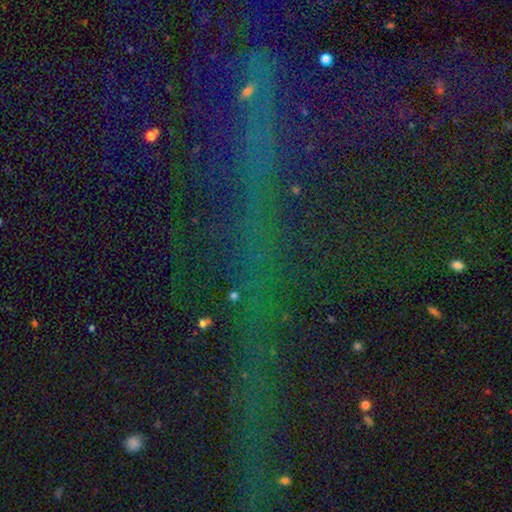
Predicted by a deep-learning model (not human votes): Q: Smooth or featured?
A: star or artifact (80%); runner-up: featured or disk (10%)